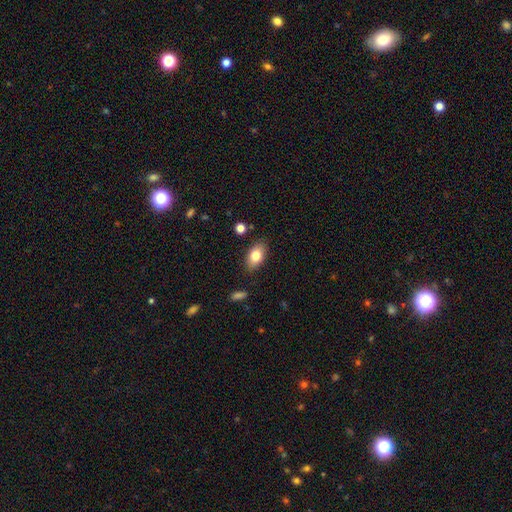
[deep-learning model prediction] This is likely a smooth galaxy (80%). How rounded: clearly in between (90%). Merging: clearly none (85%).